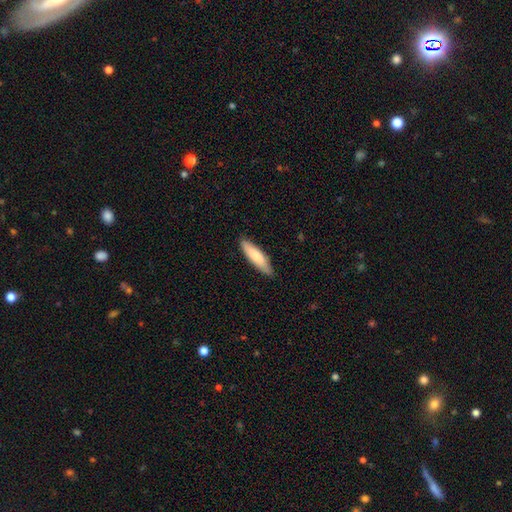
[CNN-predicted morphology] This is likely a smooth galaxy (80%). How rounded: likely cigar-shaped (67%). Merging: clearly none (84%).